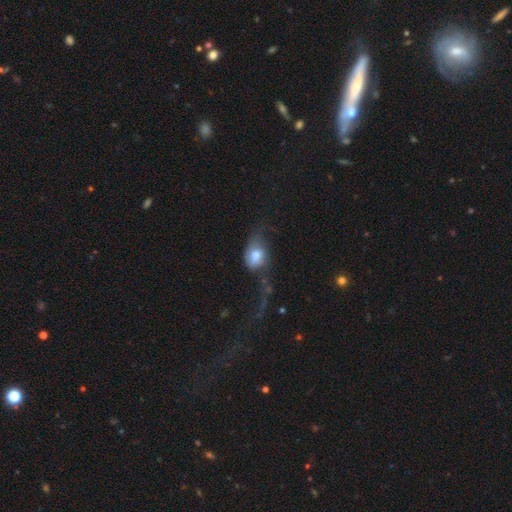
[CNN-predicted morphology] A smooth galaxy with no disk features (67%) that is in between round and cigar-shaped (72%). Merging: major disturbance (54%).